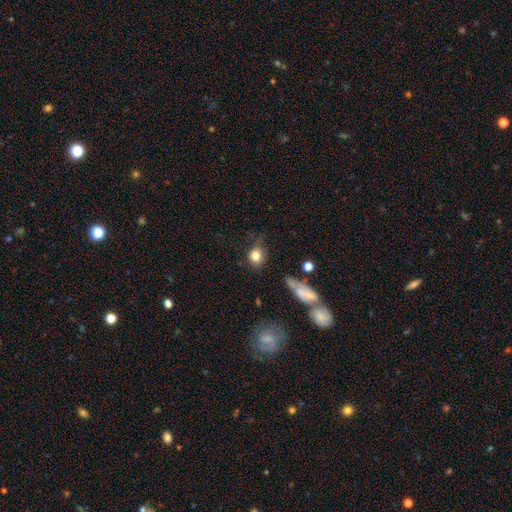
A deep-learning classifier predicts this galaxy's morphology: Smooth or featured? smooth (79%)
How rounded? round (56%)
Merging? none (62%)